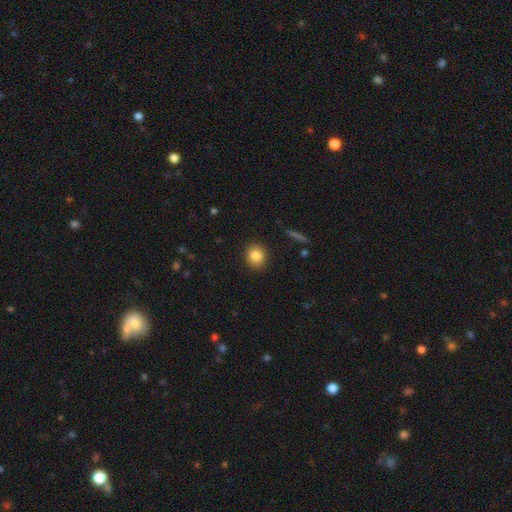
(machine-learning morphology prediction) Smooth or featured? Predicted: smooth (p=0.84). How rounded? Predicted: round (p=0.78). Merging? Predicted: none (p=0.90).